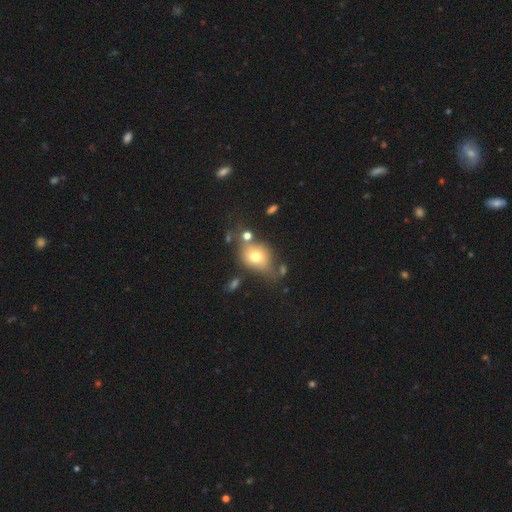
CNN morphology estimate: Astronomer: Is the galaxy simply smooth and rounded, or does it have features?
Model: smooth — 69%.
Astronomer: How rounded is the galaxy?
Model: in between — 53% (runner-up: round, 45%).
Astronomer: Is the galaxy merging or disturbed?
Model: none — 53%.